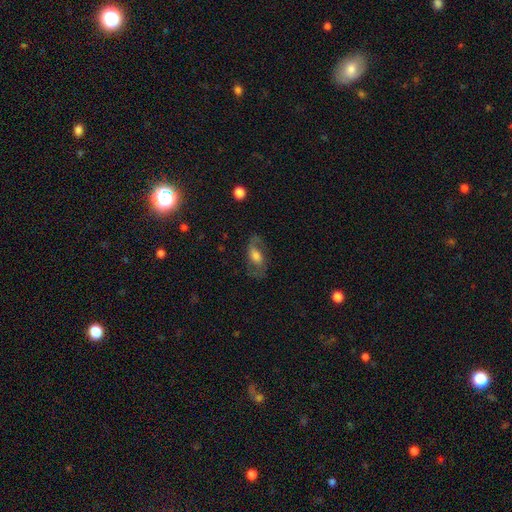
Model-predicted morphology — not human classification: Overall: featured or disk (60%; smooth 32%). Edge-on disk: no (92%). Bar: no (43%; weak 40%). Spiral arms: yes (80%). Bulge size: moderate (47%; large 30%). Merging: none (66%).